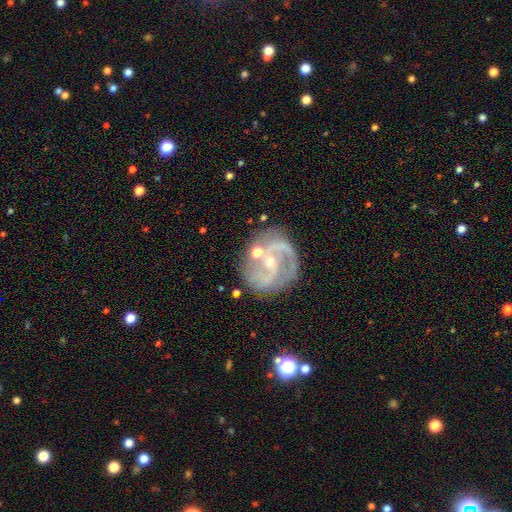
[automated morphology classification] Smooth or featured?
  - featured or disk: 81% *
  - star or artifact: 11%
  - smooth: 9%
Edge-on disk?
  - no: 97% *
  - yes: 3%
Bar?
  - weak: 42% *
  - no: 36%
  - strong: 22%
Spiral arms?
  - yes: 90% *
  - no: 10%
Spiral winding?
  - medium: 45% *
  - tight: 35%
  - loose: 20%
Spiral arm count?
  - 2: 68% *
  - can't tell: 12%
  - 3: 8%
  - 1: 5%
  - 4: 4%
  - more than 4: 3%
Bulge size?
  - small: 72% *
  - moderate: 21%
  - none: 4%
  - large: 1%
  - dominant: 1%
Merging?
  - none: 64% *
  - minor disturbance: 16%
  - merger: 10%
  - major disturbance: 10%